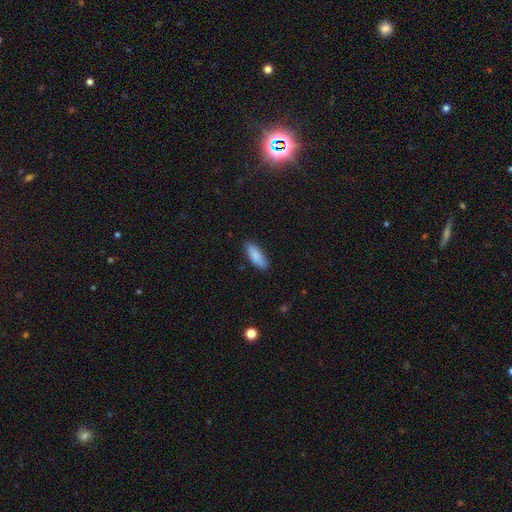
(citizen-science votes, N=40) Volunteers were most divided on "how rounded": in between: 76%, cigar-shaped: 24%, round: 0%. More confident: smooth or featured — smooth (95%); merging — none (87%).